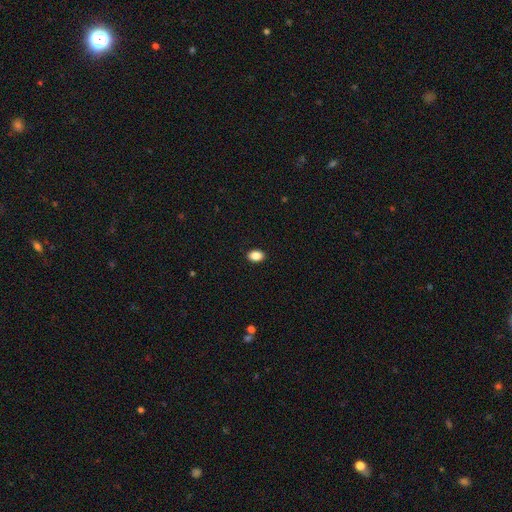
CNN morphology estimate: The model was most divided on "how rounded": in between: 85%, round: 14%, cigar-shaped: 1%. More confident: merging — none (91%); smooth or featured — smooth (88%).